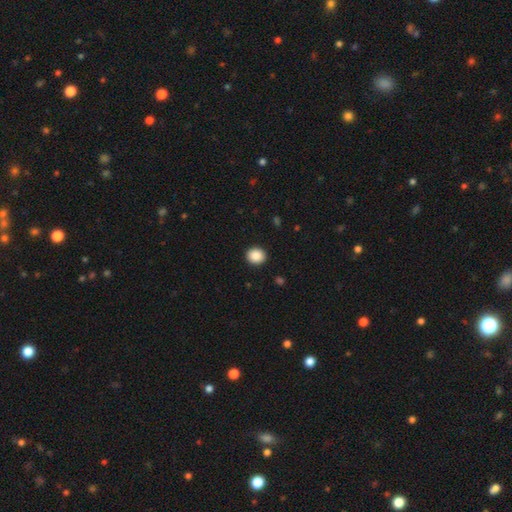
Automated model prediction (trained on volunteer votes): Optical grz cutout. It shows a smooth galaxy with no disk features (88%) that is round (81%). Merging: none (92%).